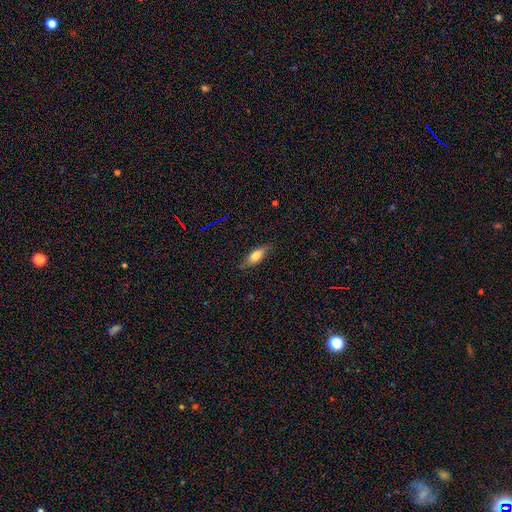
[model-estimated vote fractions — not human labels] smooth_or_featured: smooth (p=0.73) [alt: featured or disk p=0.18]
how_rounded: in between (p=0.74) [alt: cigar-shaped p=0.23]
merging: none (p=0.75) [alt: minor disturbance p=0.20]